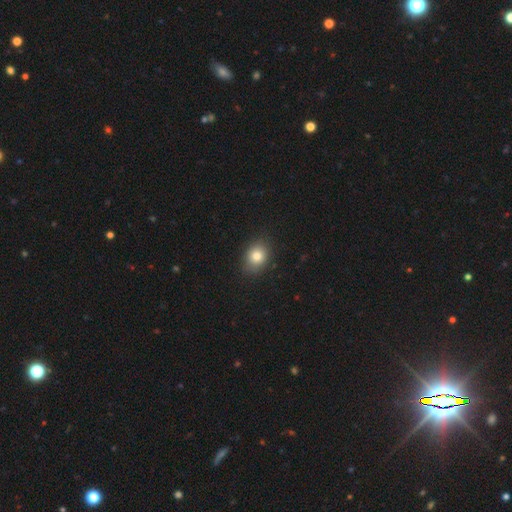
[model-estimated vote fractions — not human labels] smooth_or_featured: smooth (p=0.81) [alt: star or artifact p=0.10]
how_rounded: in between (p=0.55) [alt: round p=0.44]
merging: none (p=0.85) [alt: minor disturbance p=0.11]